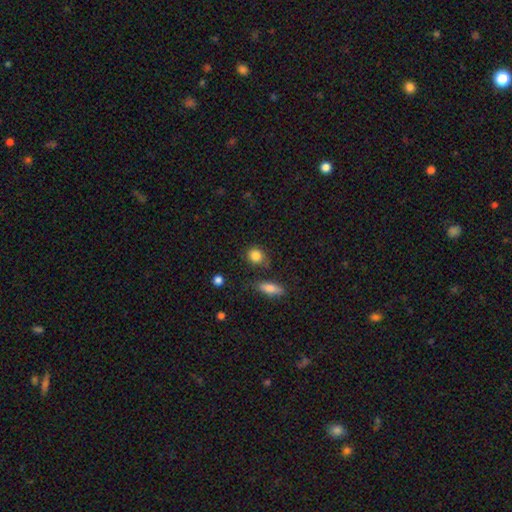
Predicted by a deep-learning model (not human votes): smooth-or-featured: smooth: 85% | star or artifact: 9% | featured or disk: 6%
  how-rounded: round: 72% | in between: 26% | cigar-shaped: 2%
  merging: none: 72% | minor disturbance: 16% | merger: 7% | major disturbance: 5%